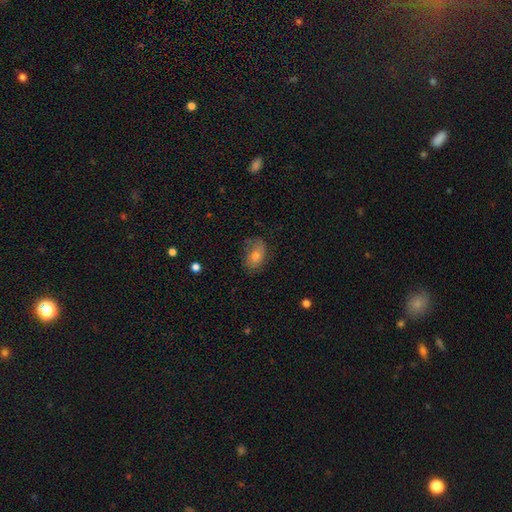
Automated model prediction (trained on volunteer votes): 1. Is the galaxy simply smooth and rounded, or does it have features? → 52% smooth, 35% featured or disk, 13% star or artifact.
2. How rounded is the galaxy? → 81% in between, 17% round, 2% cigar-shaped.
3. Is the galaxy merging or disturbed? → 62% none, 24% minor disturbance, 12% major disturbance, 1% merger.